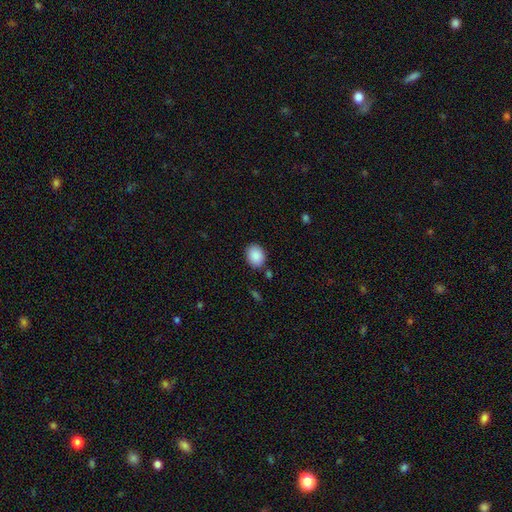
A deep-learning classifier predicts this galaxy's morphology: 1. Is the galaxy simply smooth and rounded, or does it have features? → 89% smooth, 7% star or artifact, 4% featured or disk.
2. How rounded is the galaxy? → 57% in between, 42% round, 1% cigar-shaped.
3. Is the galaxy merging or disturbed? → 83% none, 11% minor disturbance, 3% merger, 3% major disturbance.